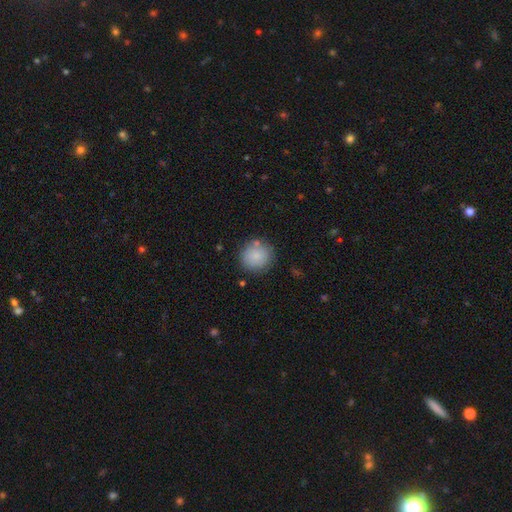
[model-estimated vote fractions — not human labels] A smooth galaxy with no disk features (83%) that is round (91%).

Vote fractions:
- Smooth or featured? smooth: 83% / featured or disk: 10% / star or artifact: 7%
- How rounded? round: 91% / in between: 8% / cigar-shaped: 1%
- Merging? none: 79% / minor disturbance: 13% / merger: 5% / major disturbance: 4%